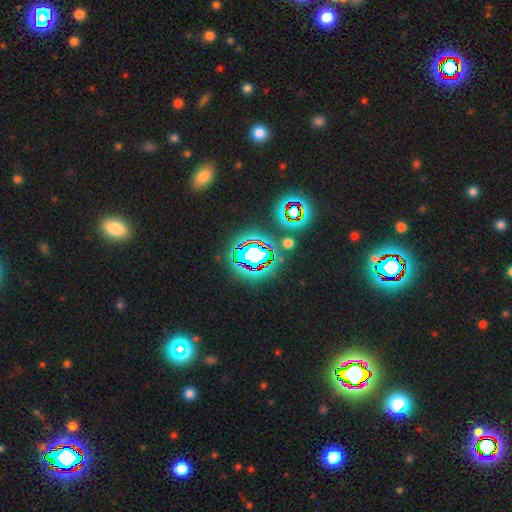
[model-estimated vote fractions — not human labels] Q: Smooth or featured?
A: star or artifact (69%); runner-up: featured or disk (17%)